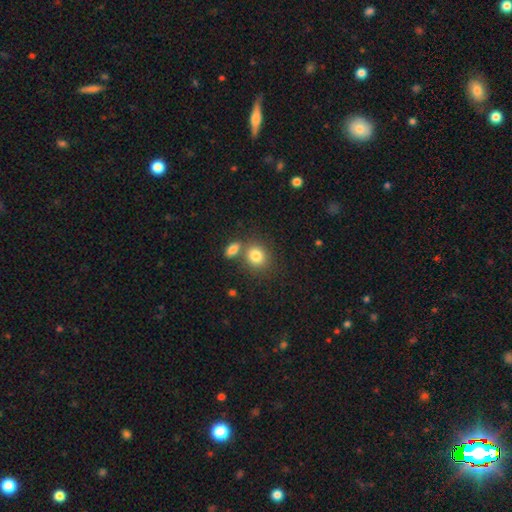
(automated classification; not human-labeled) Smooth or featured? Predicted: smooth (p=0.82). How rounded? Predicted: round (p=0.67). Merging? Predicted: none (p=0.58).